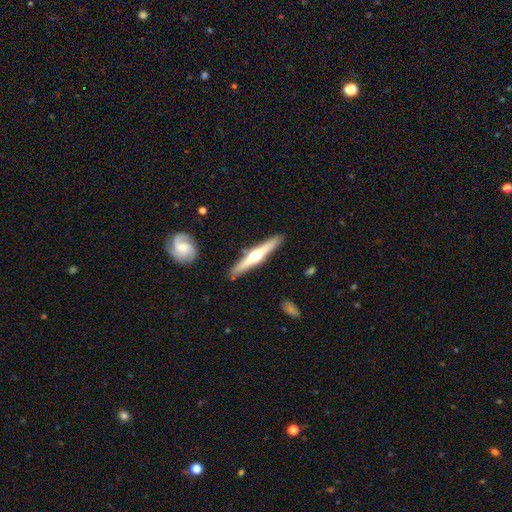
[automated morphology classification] Smooth or featured?
  - featured or disk: 66% *
  - smooth: 29%
  - star or artifact: 5%
Edge-on disk?
  - yes: 97% *
  - no: 3%
Edge-on bulge?
  - rounded: 93% *
  - none: 4%
  - boxy: 3%
Merging?
  - none: 89% *
  - minor disturbance: 7%
  - merger: 2%
  - major disturbance: 1%